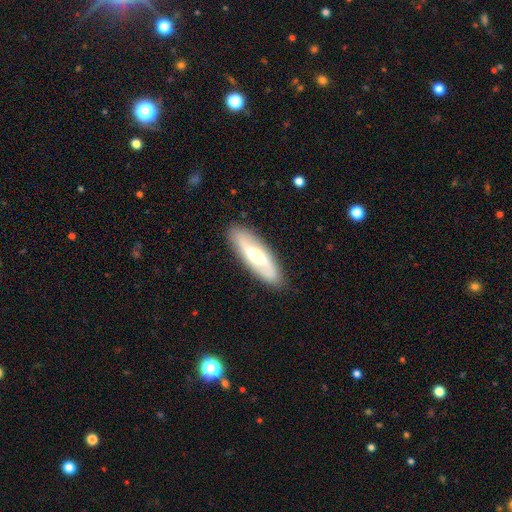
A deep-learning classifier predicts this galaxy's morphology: smooth-or-featured: featured or disk: 66% | smooth: 29% | star or artifact: 5%
  disk-edge-on: no: 78% | yes: 22%
    bar: weak: 46% | strong: 28% | no: 27%
    has-spiral-arms: yes: 80% | no: 20%
    bulge-size: moderate: 64% | small: 23% | large: 10% | none: 2% | dominant: 1%
  merging: none: 88% | minor disturbance: 9% | major disturbance: 2% | merger: 1%